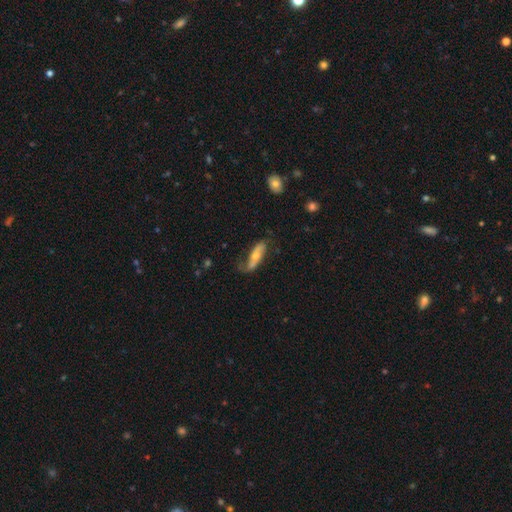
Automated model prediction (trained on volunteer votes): Morphology: type=featured or disk (60%); edge-on=no (77%); merging=none (51%).